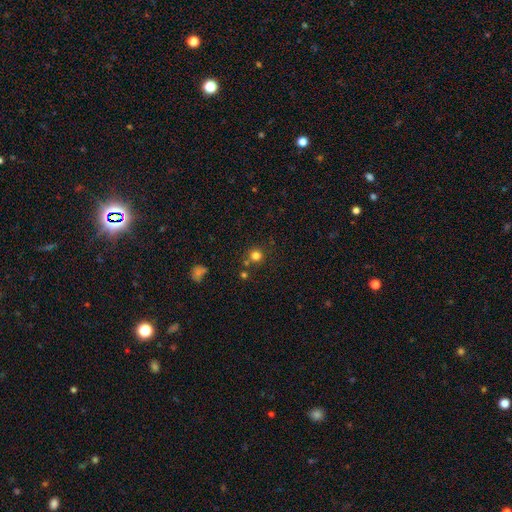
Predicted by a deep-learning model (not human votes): smooth-or-featured: smooth: 78% | star or artifact: 15% | featured or disk: 6%
  how-rounded: round: 92% | in between: 7% | cigar-shaped: 1%
  merging: none: 76% | merger: 12% | minor disturbance: 9% | major disturbance: 3%